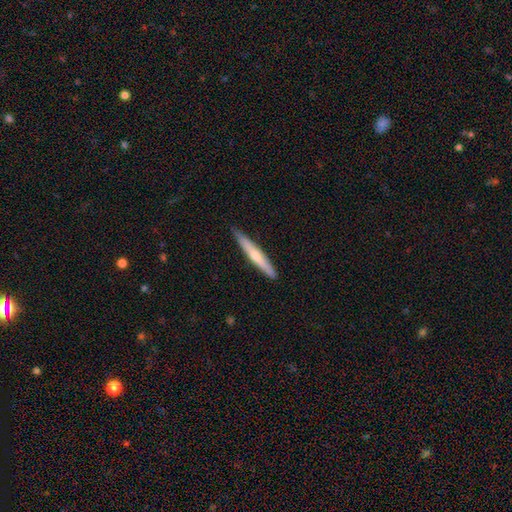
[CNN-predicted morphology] smooth 52%, featured or disk 43%, star or artifact 5%. Down the decision tree: how rounded — cigar-shaped (95%); merging — none (89%).